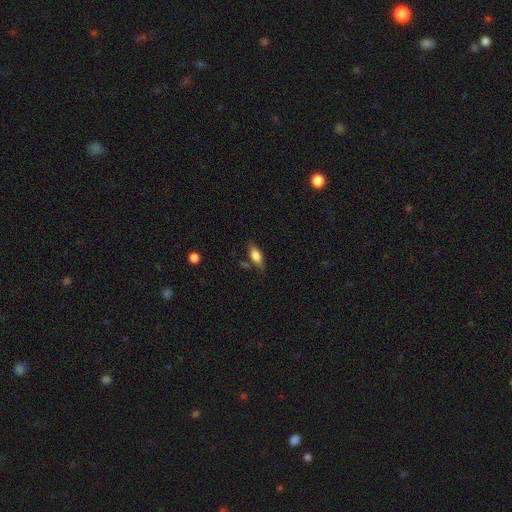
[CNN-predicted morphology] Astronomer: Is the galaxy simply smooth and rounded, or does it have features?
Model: smooth — 65%.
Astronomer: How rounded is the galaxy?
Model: in between — 70%.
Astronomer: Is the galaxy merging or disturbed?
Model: none — 71%.